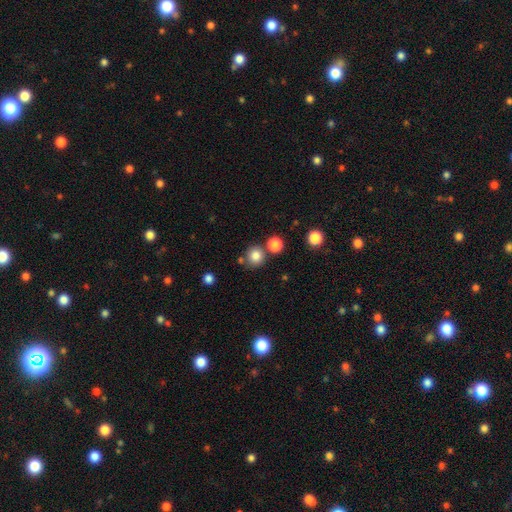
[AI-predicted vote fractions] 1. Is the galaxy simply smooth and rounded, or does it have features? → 82% smooth, 12% star or artifact, 6% featured or disk.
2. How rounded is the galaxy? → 92% round, 7% in between, 1% cigar-shaped.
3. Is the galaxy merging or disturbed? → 74% none, 14% merger, 8% minor disturbance, 3% major disturbance.